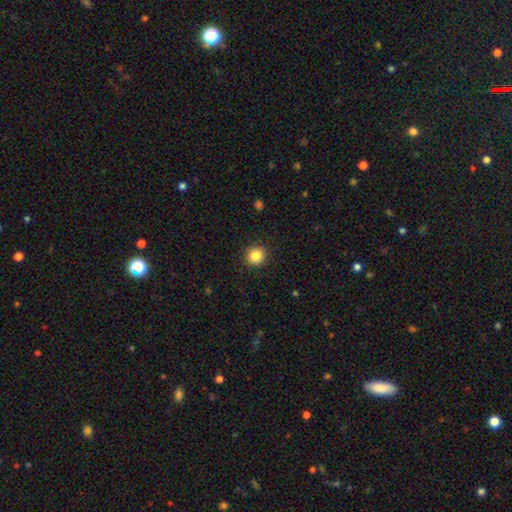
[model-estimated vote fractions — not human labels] smooth 85%, star or artifact 10%, featured or disk 5%. Down the decision tree: how rounded — round (91%); merging — none (91%).